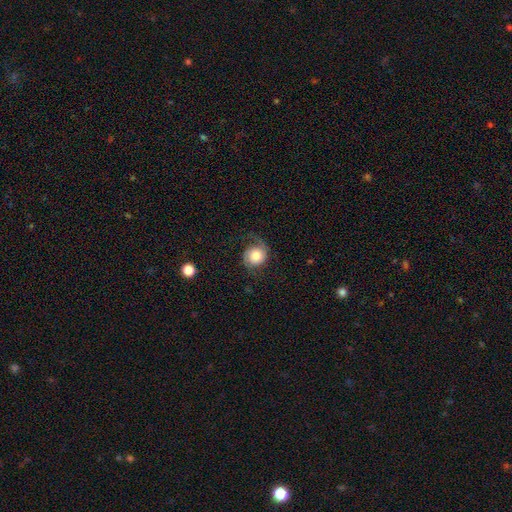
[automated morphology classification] Q: Smooth or featured?
A: smooth (48%); runner-up: featured or disk (43%)
Q: Merging?
A: none (55%); runner-up: minor disturbance (24%)